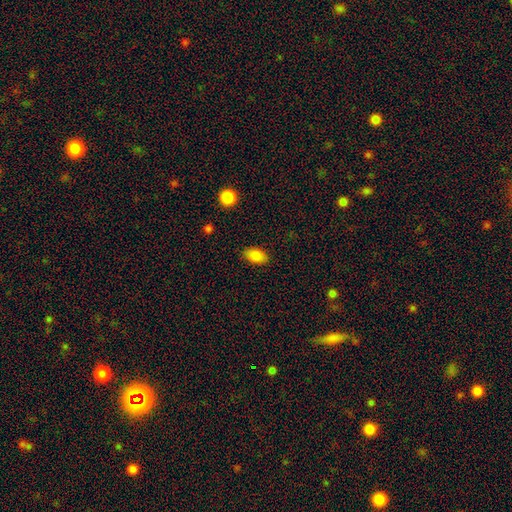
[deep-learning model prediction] Smooth or featured: smooth — 86% (star or artifact — 8%)
How rounded: in between — 90% (round — 8%)
Merging: none — 87% (minor disturbance — 10%)